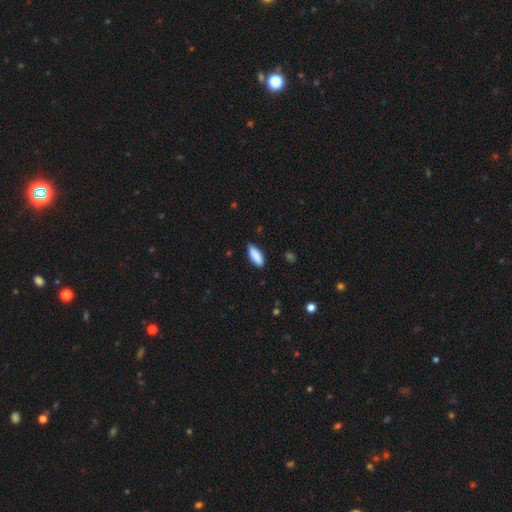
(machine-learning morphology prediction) Overall: smooth (88%). How rounded: in between (71%). Merging: none (80%).